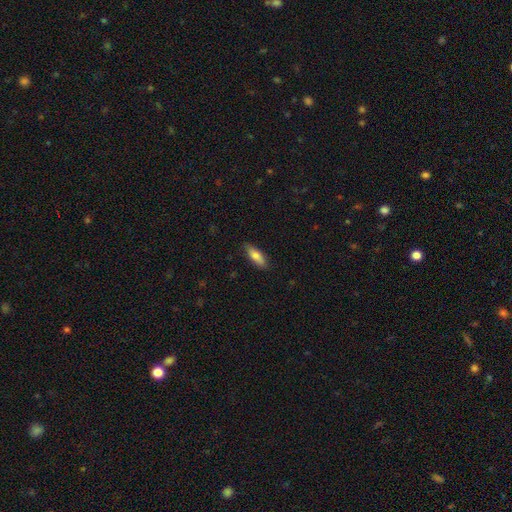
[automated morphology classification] Q: Smooth or featured?
A: smooth (77%); runner-up: featured or disk (17%)
Q: How rounded?
A: in between (59%); runner-up: cigar-shaped (39%)
Q: Merging?
A: none (85%); runner-up: minor disturbance (11%)